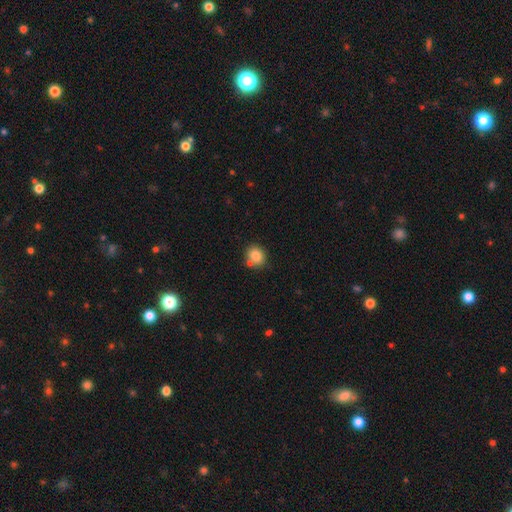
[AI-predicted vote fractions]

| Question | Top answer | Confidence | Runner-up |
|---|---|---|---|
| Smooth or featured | smooth | 83% | star or artifact (10%) |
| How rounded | round | 66% | in between (33%) |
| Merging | none | 70% | merger (15%) |